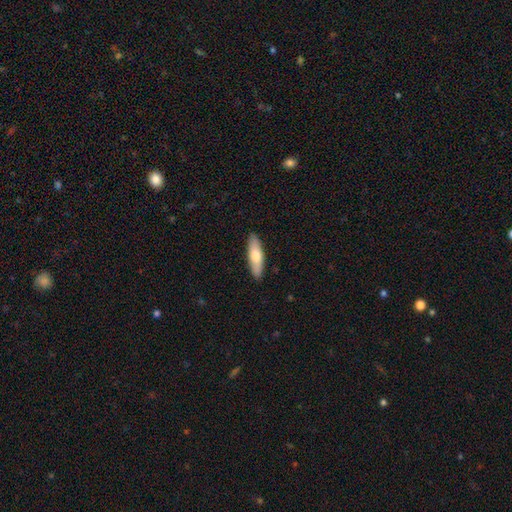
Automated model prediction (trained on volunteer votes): A smooth galaxy with no disk features (66%) that is cigar-shaped (54%). Merging: none (89%).